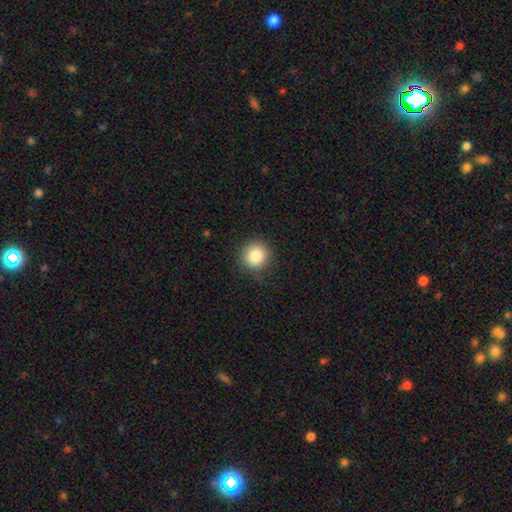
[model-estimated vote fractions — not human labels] smooth_or_featured: smooth (p=0.86) [alt: star or artifact p=0.09]
how_rounded: round (p=0.93) [alt: in between p=0.06]
merging: none (p=0.87) [alt: minor disturbance p=0.09]